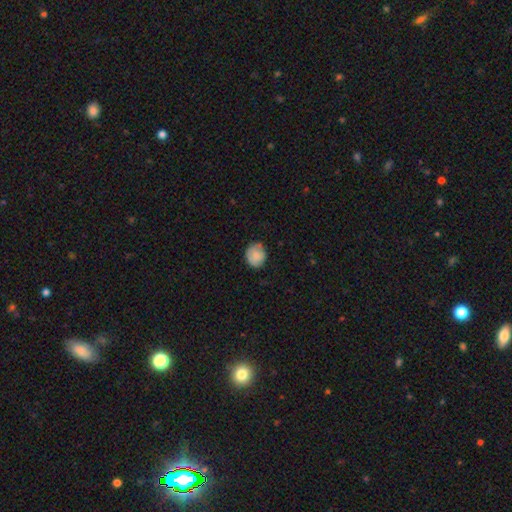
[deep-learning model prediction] A smooth galaxy with no disk features (83%) that is round (70%). Merging: none (74%).